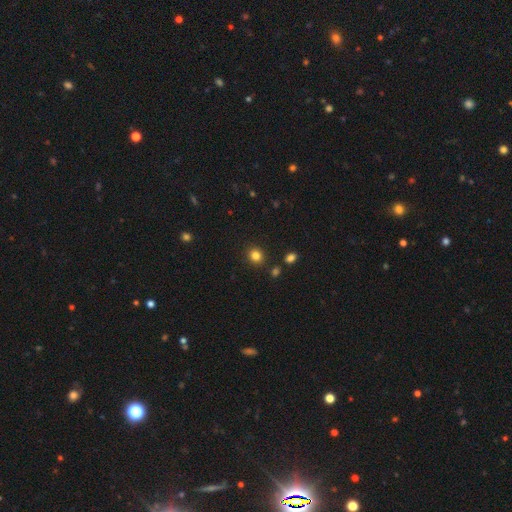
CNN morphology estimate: Smooth or featured: smooth — 83% (star or artifact — 12%)
How rounded: round — 79% (in between — 20%)
Merging: none — 88% (minor disturbance — 7%)